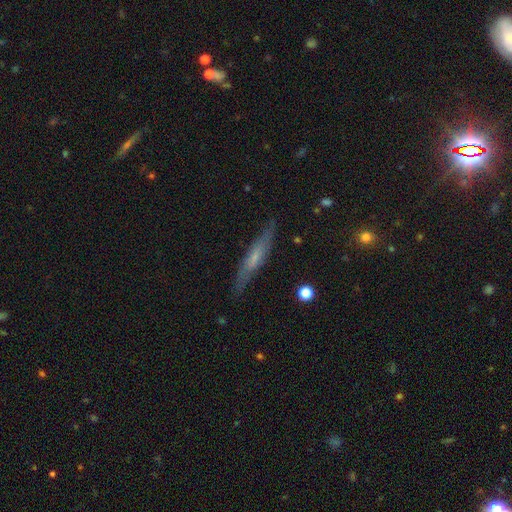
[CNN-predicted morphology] Smooth or featured? Predicted: featured or disk (p=0.53). Edge-on disk? Predicted: yes (p=0.83). Merging? Predicted: none (p=0.83).